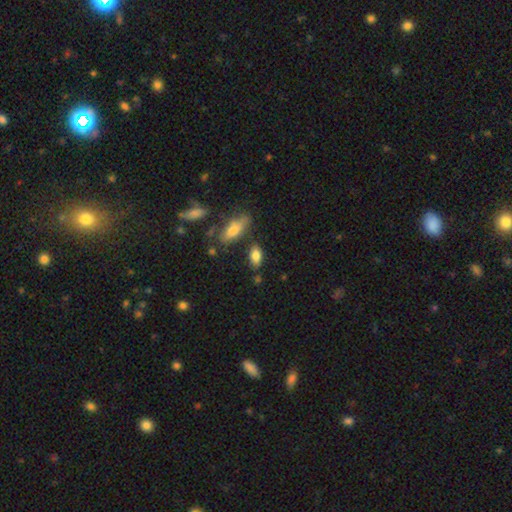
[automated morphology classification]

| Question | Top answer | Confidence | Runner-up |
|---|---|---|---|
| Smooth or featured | smooth | 82% | featured or disk (9%) |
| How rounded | in between | 87% | cigar-shaped (7%) |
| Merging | none | 75% | minor disturbance (14%) |